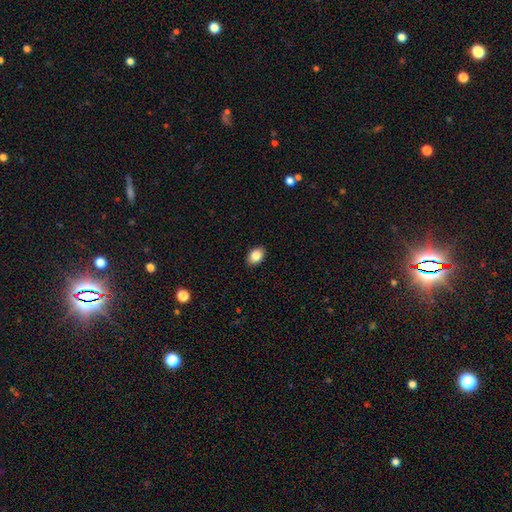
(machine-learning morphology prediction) This appears to be a smooth galaxy with no disk features (86%) that is in between round and cigar-shaped (79%). Merging: none (89%).